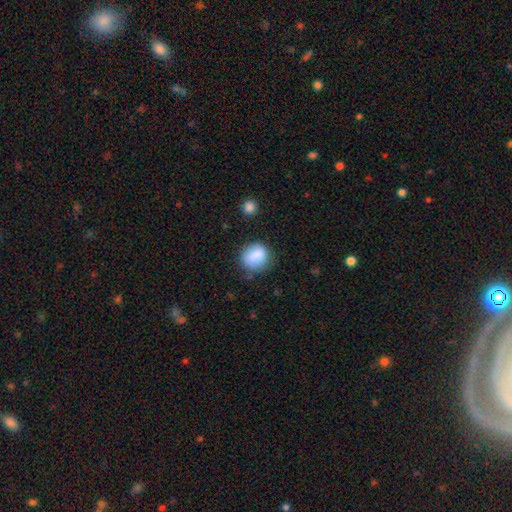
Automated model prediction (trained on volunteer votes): This is clearly a smooth galaxy (86%). How rounded: likely round (71%). Merging: likely none (75%).